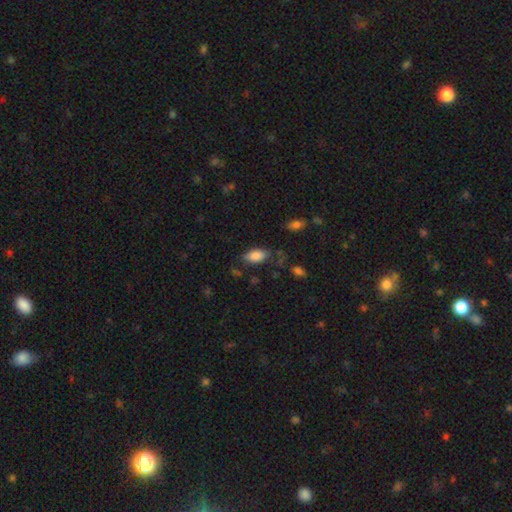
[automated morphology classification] A smooth galaxy with no disk features (84%) that is in between round and cigar-shaped (92%).

Vote fractions:
- Smooth or featured? smooth: 84% / star or artifact: 8% / featured or disk: 8%
- How rounded? in between: 92% / cigar-shaped: 5% / round: 3%
- Merging? none: 71% / minor disturbance: 19% / major disturbance: 6% / merger: 4%